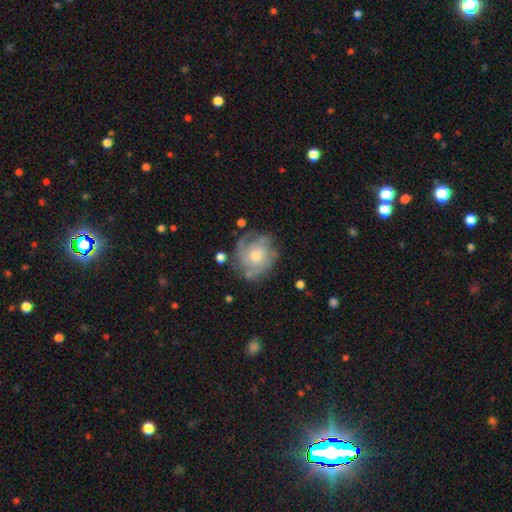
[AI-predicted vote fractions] smooth-or-featured: featured or disk: 72% | smooth: 21% | star or artifact: 7%
  disk-edge-on: no: 97% | yes: 3%
    bar: no: 80% | weak: 17% | strong: 2%
    has-spiral-arms: yes: 85% | no: 15%
      spiral-winding: tight: 59% | medium: 30% | loose: 10%
      spiral-arm-count: can't tell: 43% | 3: 21% | 2: 15% | 4: 11% | 1: 6% | more than 4: 5%
    bulge-size: moderate: 61% | small: 32% | large: 4% | none: 1% | dominant: 1%
  merging: none: 71% | minor disturbance: 19% | major disturbance: 8% | merger: 3%